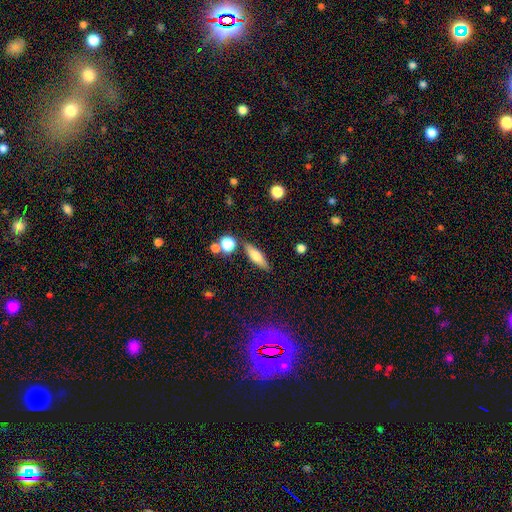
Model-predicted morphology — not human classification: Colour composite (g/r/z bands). It shows a smooth galaxy with no disk features (63%) that is cigar-shaped (57%). Merging: none (80%).